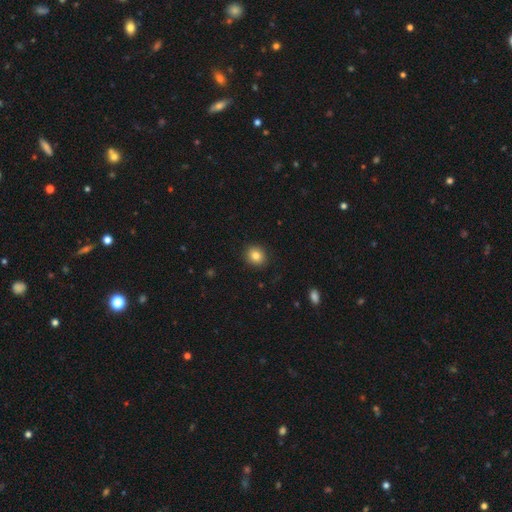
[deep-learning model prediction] This appears to be a smooth galaxy with no disk features (83%) that is round (79%). Merging: none (91%).